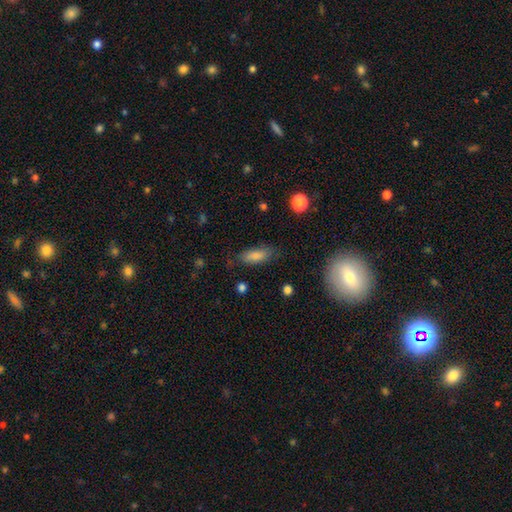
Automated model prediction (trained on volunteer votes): Q: Smooth or featured?
A: smooth (81%); runner-up: featured or disk (12%)
Q: How rounded?
A: in between (72%); runner-up: cigar-shaped (26%)
Q: Merging?
A: none (75%); runner-up: minor disturbance (18%)